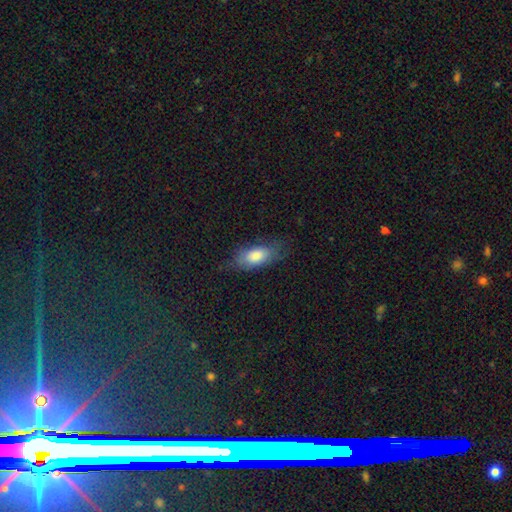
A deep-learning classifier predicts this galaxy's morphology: This appears to be a smooth galaxy with no disk features (76%) that is in between round and cigar-shaped (82%). Merging: none (68%).